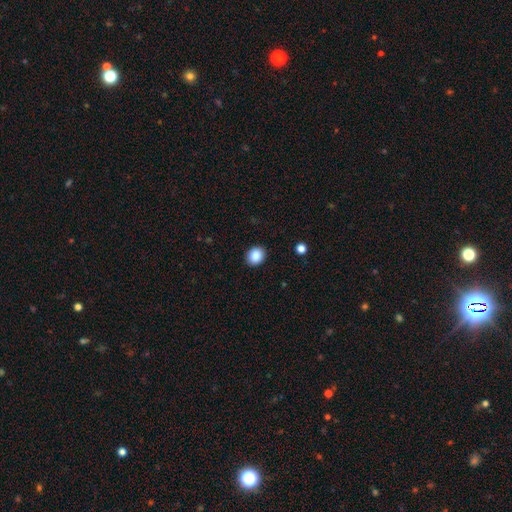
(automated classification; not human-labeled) Smooth or featured?
  - smooth: 87% *
  - star or artifact: 9%
  - featured or disk: 4%
How rounded?
  - round: 62% *
  - in between: 37%
  - cigar-shaped: 1%
Merging?
  - none: 90% *
  - minor disturbance: 7%
  - major disturbance: 2%
  - merger: 1%